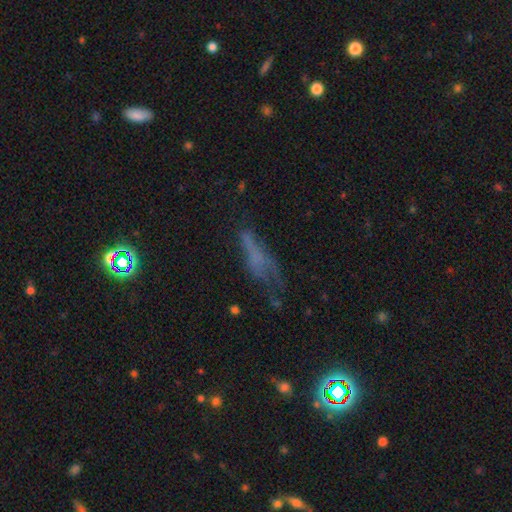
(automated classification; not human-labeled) Smooth or featured? Predicted: smooth (p=0.38). Merging? Predicted: none (p=0.41).